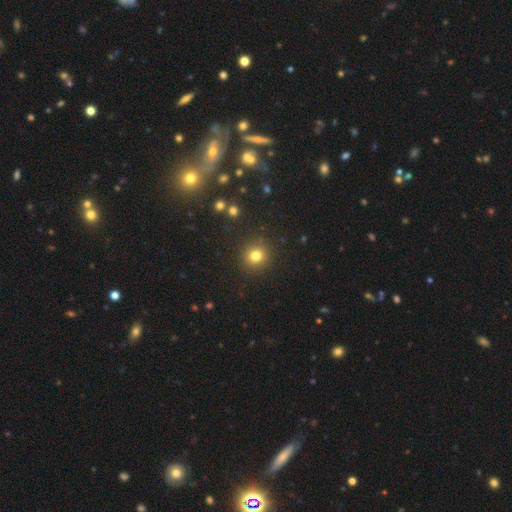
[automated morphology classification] This is likely a smooth galaxy (79%). How rounded: clearly round (90%). Merging: clearly none (90%).